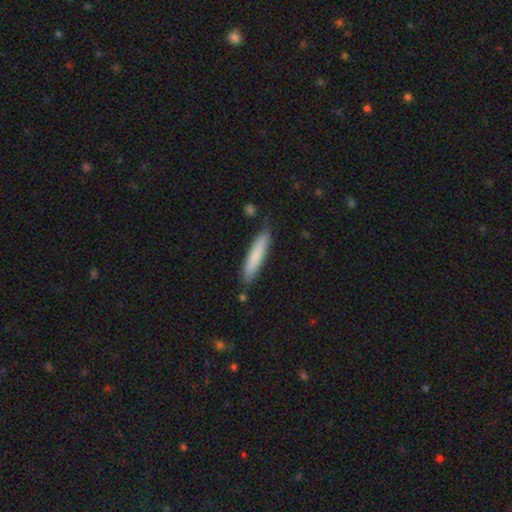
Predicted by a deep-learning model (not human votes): Smooth or featured: smooth — 78% (featured or disk — 17%)
How rounded: cigar-shaped — 90% (in between — 9%)
Merging: none — 83% (minor disturbance — 12%)